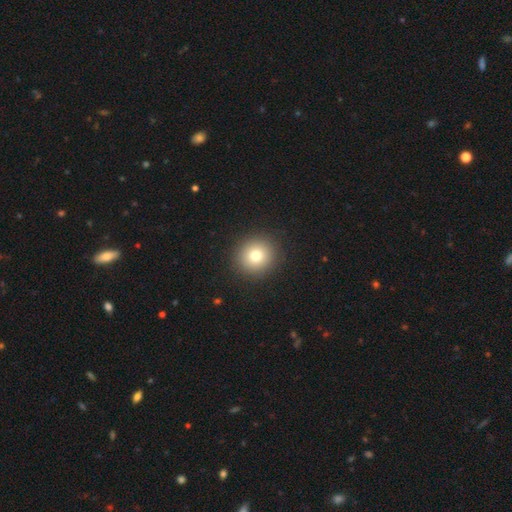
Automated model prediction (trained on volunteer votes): This appears to be a smooth galaxy with no disk features (78%) that is round (91%). Merging: none (92%).